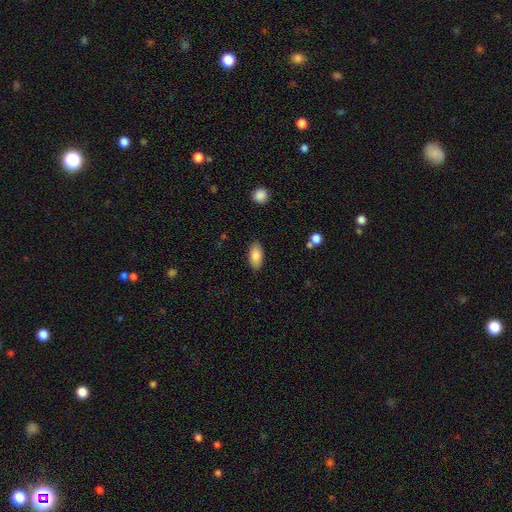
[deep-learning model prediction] Smooth or featured?
  - smooth: 83% *
  - featured or disk: 10%
  - star or artifact: 7%
How rounded?
  - in between: 91% *
  - cigar-shaped: 6%
  - round: 3%
Merging?
  - none: 87% *
  - minor disturbance: 10%
  - major disturbance: 2%
  - merger: 1%